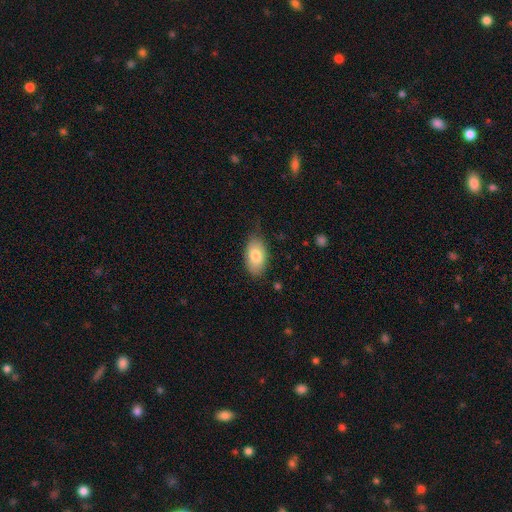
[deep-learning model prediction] A smooth galaxy with no disk features (80%) that is in between round and cigar-shaped (93%).

Vote fractions:
- Smooth or featured? smooth: 80% / featured or disk: 14% / star or artifact: 7%
- How rounded? in between: 93% / round: 5% / cigar-shaped: 2%
- Merging? none: 72% / minor disturbance: 22% / major disturbance: 5% / merger: 1%